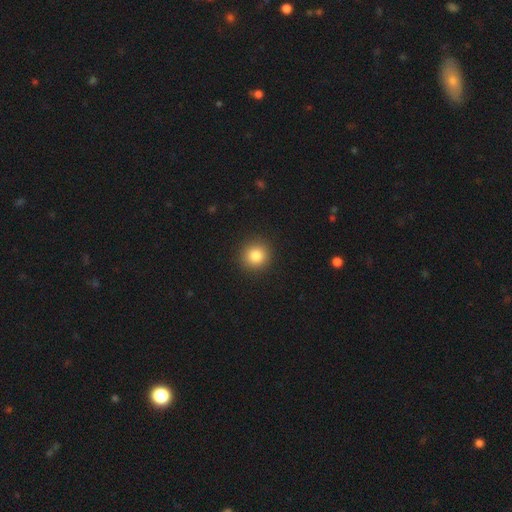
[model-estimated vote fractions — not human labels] This appears to be a smooth galaxy with no disk features (84%) that is round (92%). Merging: none (92%).